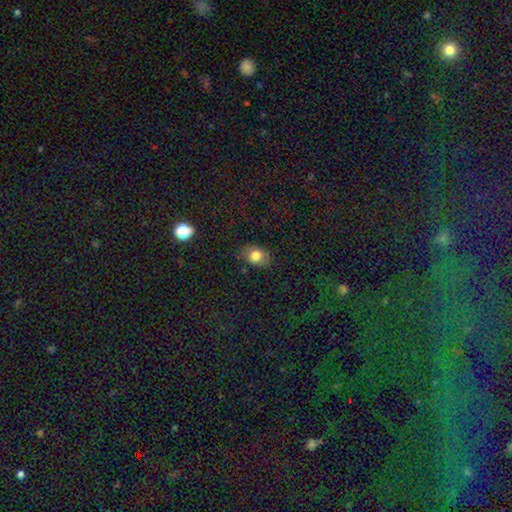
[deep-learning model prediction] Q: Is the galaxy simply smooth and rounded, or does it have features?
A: smooth — 80%.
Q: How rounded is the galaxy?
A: in between — 71%.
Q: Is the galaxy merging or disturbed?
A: none — 81%.